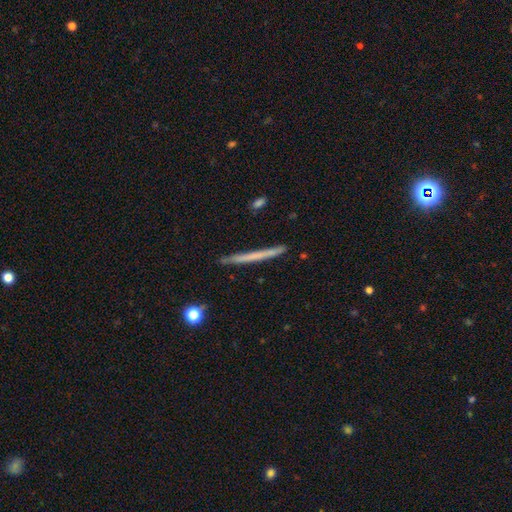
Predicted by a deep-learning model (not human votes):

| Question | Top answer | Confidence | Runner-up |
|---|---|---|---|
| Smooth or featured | smooth | 55% | featured or disk (39%) |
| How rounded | cigar-shaped | 97% | in between (2%) |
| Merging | none | 89% | minor disturbance (8%) |